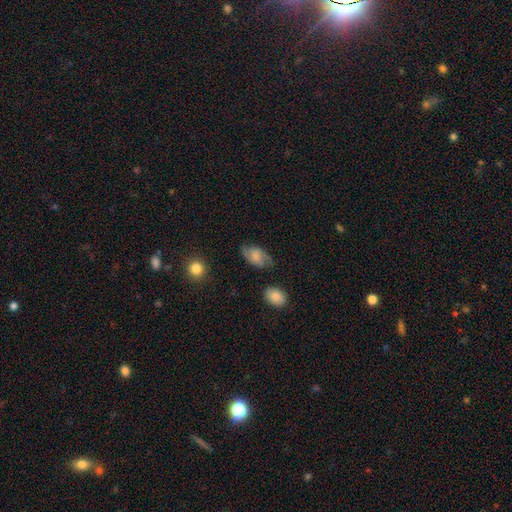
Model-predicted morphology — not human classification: smooth 55%, featured or disk 37%, star or artifact 8%. Down the decision tree: how rounded — in between (90%); merging — none (68%).